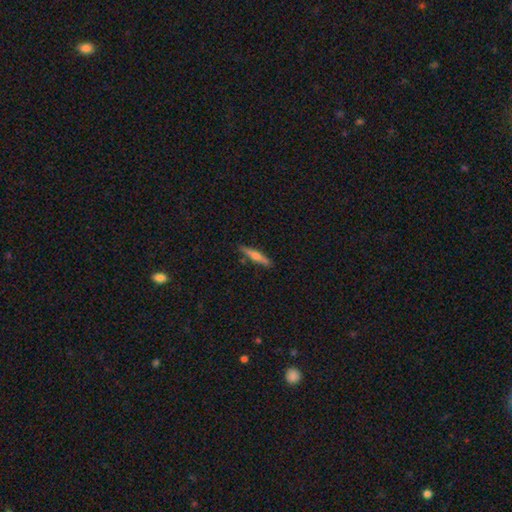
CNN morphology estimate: featured or disk 53%, smooth 41%, star or artifact 6%. Down the decision tree: edge-on disk — yes (96%); edge-on bulge — rounded (83%); merging — none (85%).